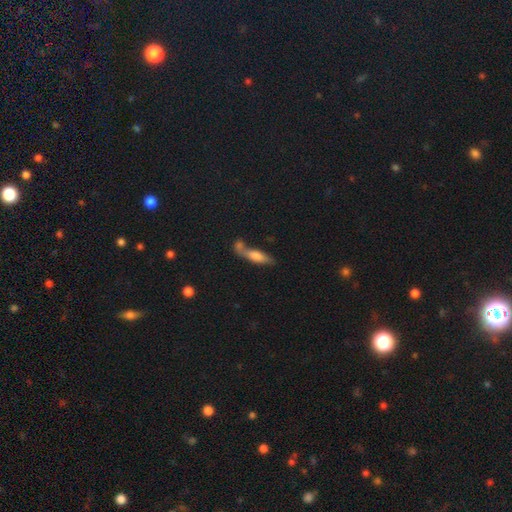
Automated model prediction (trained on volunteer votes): Smooth or featured? smooth (68%)
How rounded? in between (49%)
Merging? merger (44%)